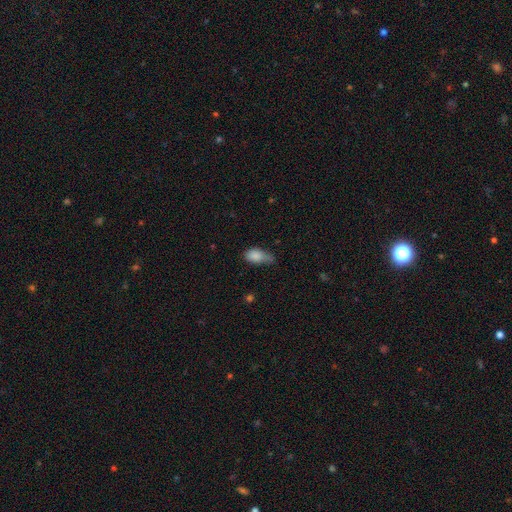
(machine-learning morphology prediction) smooth_or_featured: smooth (p=0.83) [alt: featured or disk p=0.09]
how_rounded: in between (p=0.87) [alt: round p=0.08]
merging: minor disturbance (p=0.45) [alt: none p=0.34]